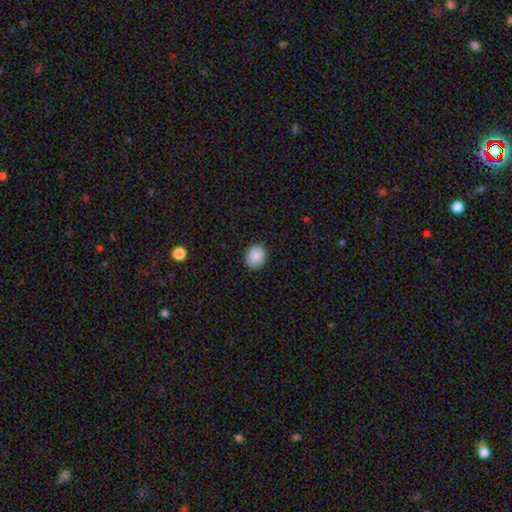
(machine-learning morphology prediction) This is clearly a smooth galaxy (89%). How rounded: possibly round (56%). Merging: clearly none (89%).